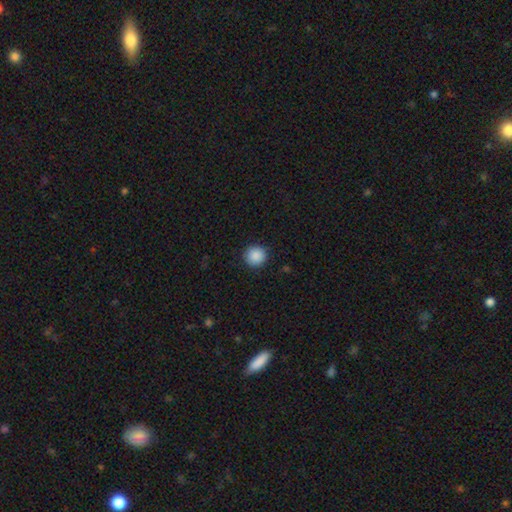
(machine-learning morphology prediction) smooth_or_featured: smooth (p=0.89) [alt: star or artifact p=0.09]
how_rounded: round (p=0.95) [alt: in between p=0.04]
merging: none (p=0.91) [alt: minor disturbance p=0.06]